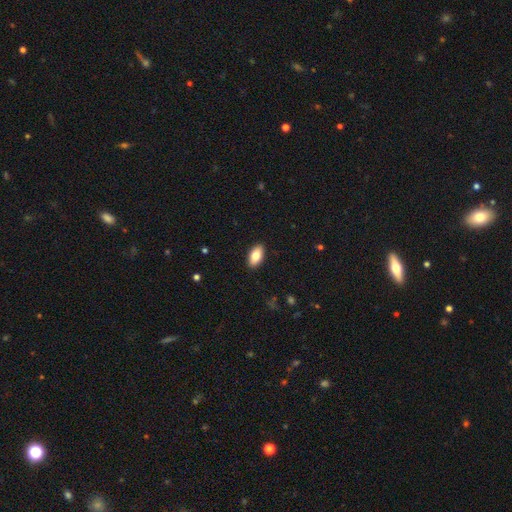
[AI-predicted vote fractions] smooth-or-featured: smooth: 81% | featured or disk: 12% | star or artifact: 6%
  how-rounded: in between: 93% | cigar-shaped: 4% | round: 3%
  merging: none: 90% | minor disturbance: 7% | major disturbance: 2% | merger: 1%